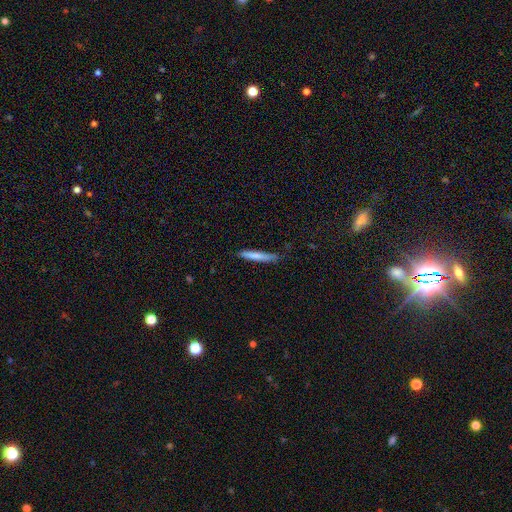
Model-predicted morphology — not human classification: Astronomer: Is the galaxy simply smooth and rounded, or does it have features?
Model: smooth — 76%.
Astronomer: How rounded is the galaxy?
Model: cigar-shaped — 94%.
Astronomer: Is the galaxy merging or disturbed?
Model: none — 80%.